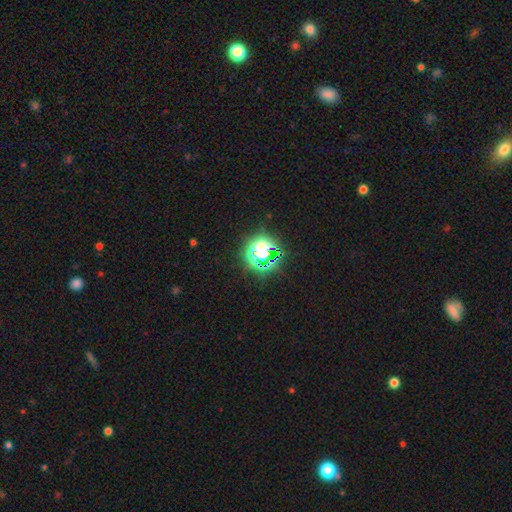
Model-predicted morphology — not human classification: A star or artifact, not a galaxy (65%).